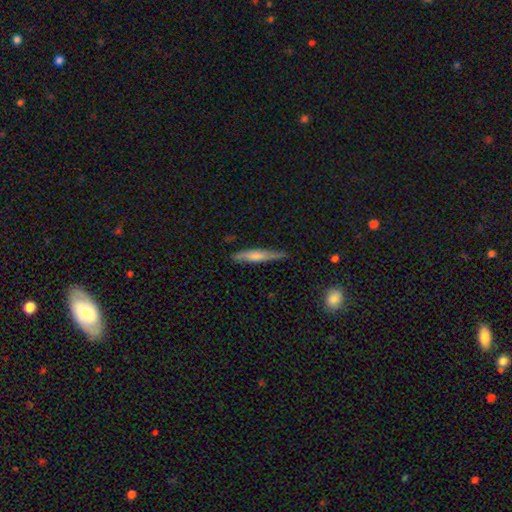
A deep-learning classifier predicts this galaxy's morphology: This appears to be a smooth galaxy with no disk features (49%). Merging: none (80%).